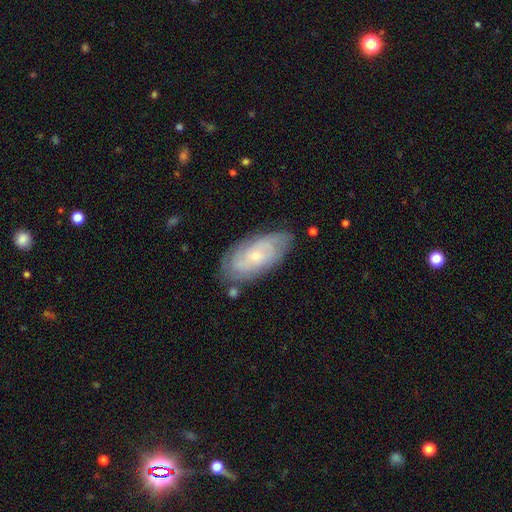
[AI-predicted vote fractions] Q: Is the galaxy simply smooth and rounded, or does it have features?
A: featured or disk — 69%.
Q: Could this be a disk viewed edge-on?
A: no — 93%.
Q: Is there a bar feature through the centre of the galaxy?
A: no — 74%.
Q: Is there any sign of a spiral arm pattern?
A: yes — 87%.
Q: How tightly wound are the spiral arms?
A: tight — 65%.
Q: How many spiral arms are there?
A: can't tell — 48%.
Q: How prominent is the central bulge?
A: small — 72%.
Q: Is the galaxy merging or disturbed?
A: none — 73%.